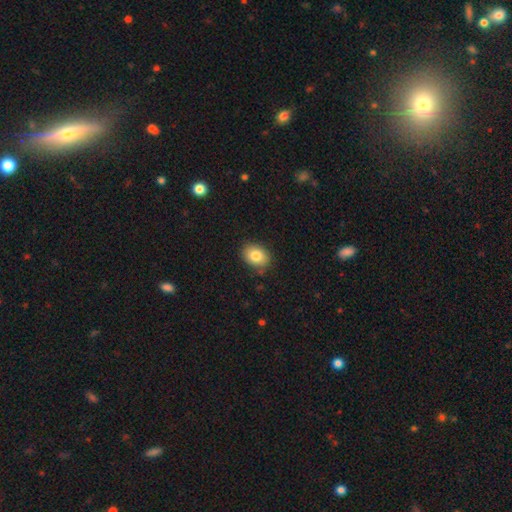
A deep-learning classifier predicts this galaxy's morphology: Smooth or featured? smooth (83%)
How rounded? in between (67%)
Merging? none (84%)